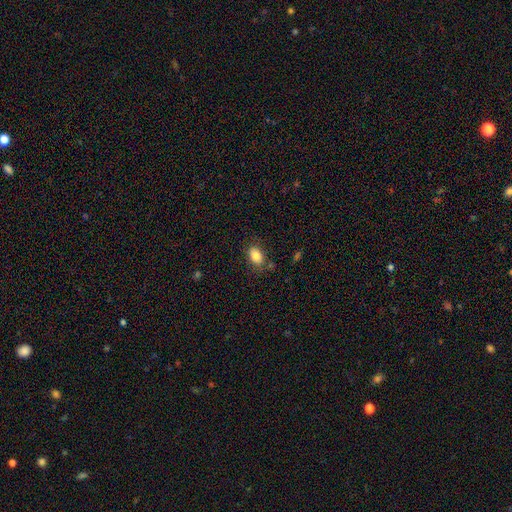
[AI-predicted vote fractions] smooth_or_featured: smooth (p=0.84) [alt: star or artifact p=0.08]
how_rounded: in between (p=0.86) [alt: round p=0.13]
merging: none (p=0.77) [alt: minor disturbance p=0.15]